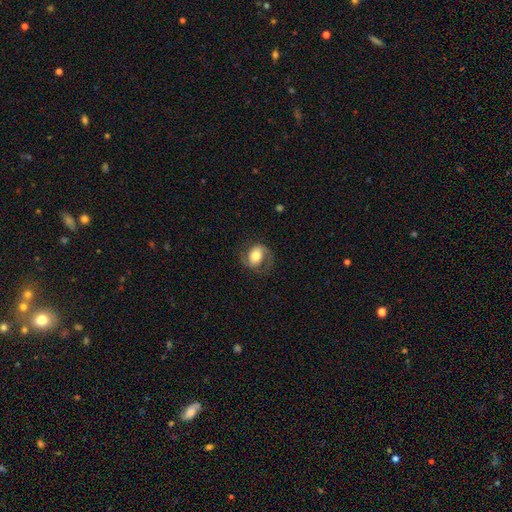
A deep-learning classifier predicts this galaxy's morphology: A featured or disk galaxy (52%).

Vote fractions:
- Smooth or featured? featured or disk: 52% / smooth: 41% / star or artifact: 8%
- Edge-on disk? no: 96% / yes: 4%
- Merging? none: 65% / minor disturbance: 19% / major disturbance: 15% / merger: 1%